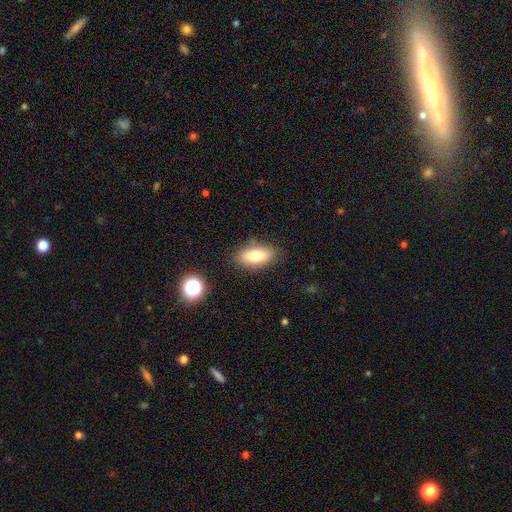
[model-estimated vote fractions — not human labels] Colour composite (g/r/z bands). It shows a smooth galaxy with no disk features (76%) that is in between round and cigar-shaped (85%). Merging: none (84%).